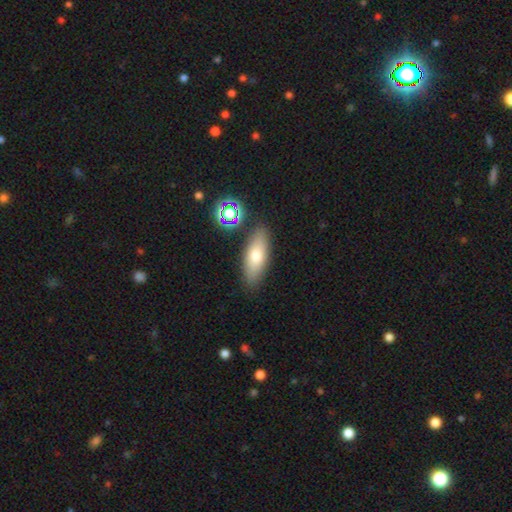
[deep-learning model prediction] The model was most divided on "how rounded": in between: 70%, cigar-shaped: 26%, round: 4%. More confident: merging — none (84%); smooth or featured — smooth (71%).